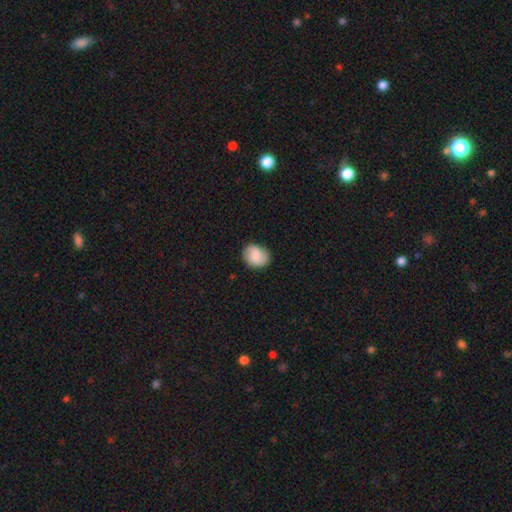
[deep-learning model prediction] The model was most divided on "smooth or featured": smooth: 59%, featured or disk: 33%, star or artifact: 8%. More confident: merging — none (80%); how rounded — round (63%).